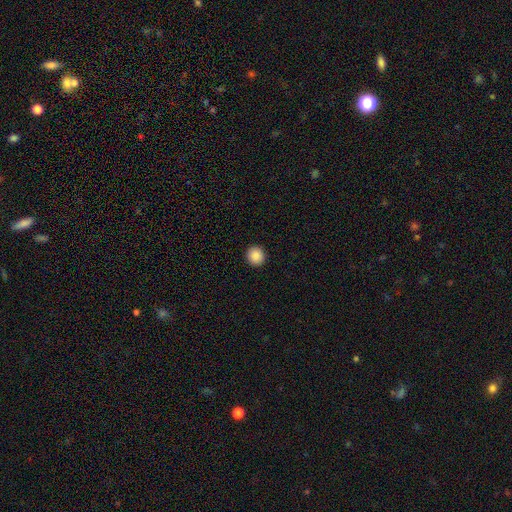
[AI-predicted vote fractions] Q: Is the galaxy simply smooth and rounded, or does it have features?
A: smooth — 89%.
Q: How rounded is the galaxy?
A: round — 93%.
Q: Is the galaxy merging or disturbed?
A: none — 93%.